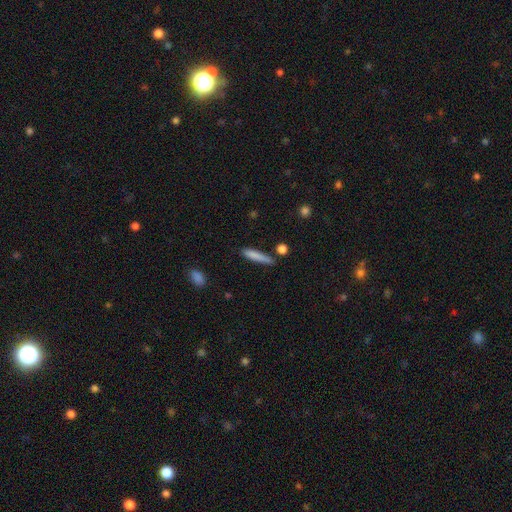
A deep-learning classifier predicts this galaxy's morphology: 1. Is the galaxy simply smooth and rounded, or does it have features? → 80% smooth, 13% featured or disk, 7% star or artifact.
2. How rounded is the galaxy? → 89% cigar-shaped, 9% in between, 2% round.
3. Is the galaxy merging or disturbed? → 73% none, 18% minor disturbance, 5% merger, 4% major disturbance.